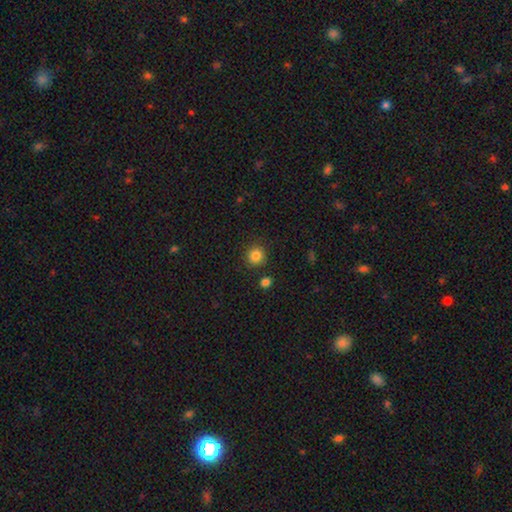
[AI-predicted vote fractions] Morphology: type=smooth (85%); roundness=round (90%); merging=none (86%).